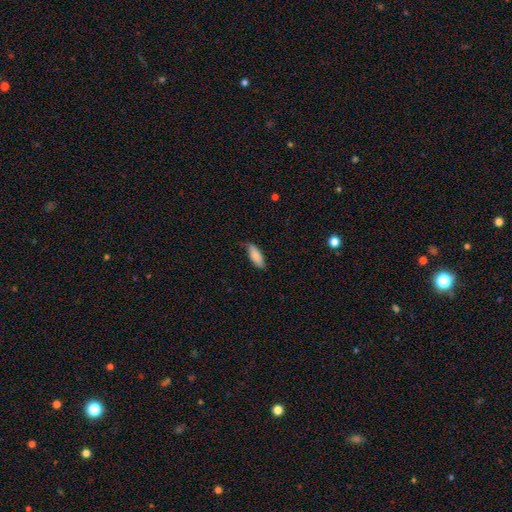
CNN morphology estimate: Overall: smooth (85%). How rounded: in between (74%). Merging: none (68%).